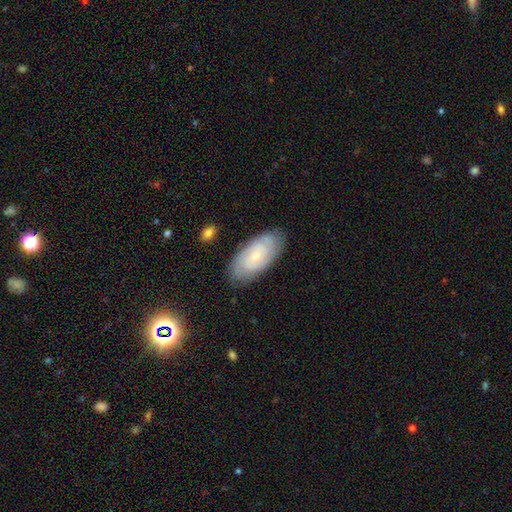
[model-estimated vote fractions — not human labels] Overall: featured or disk (62%; smooth 32%). Edge-on disk: no (93%). Bar: no (66%; weak 29%). Spiral arms: yes (87%). Spiral arm count: can't tell (44%; 2 35%). Spiral winding: tight (65%; medium 27%). Bulge size: small (74%). Merging: none (80%).